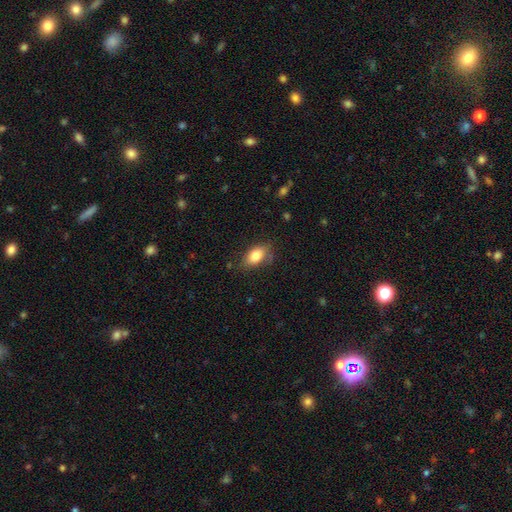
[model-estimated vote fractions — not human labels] Overall: smooth (82%). How rounded: in between (88%). Merging: none (76%).